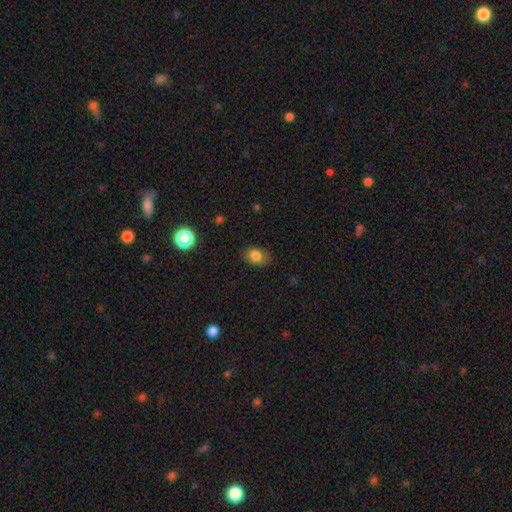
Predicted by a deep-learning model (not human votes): Overall: smooth (82%). How rounded: in between (75%). Merging: none (82%).